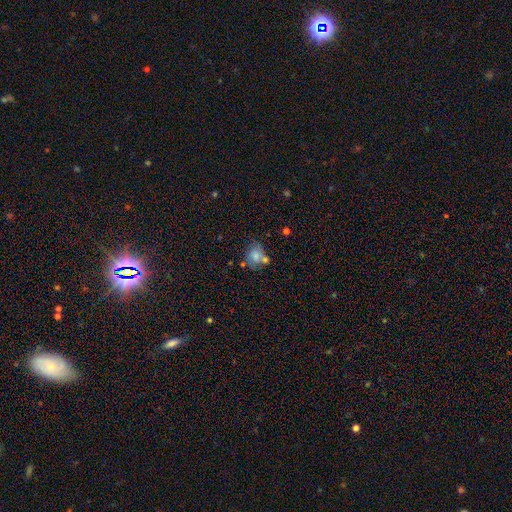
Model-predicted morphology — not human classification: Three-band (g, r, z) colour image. It shows a smooth galaxy with no disk features (73%) that is round (61%). Merging: none (47%).